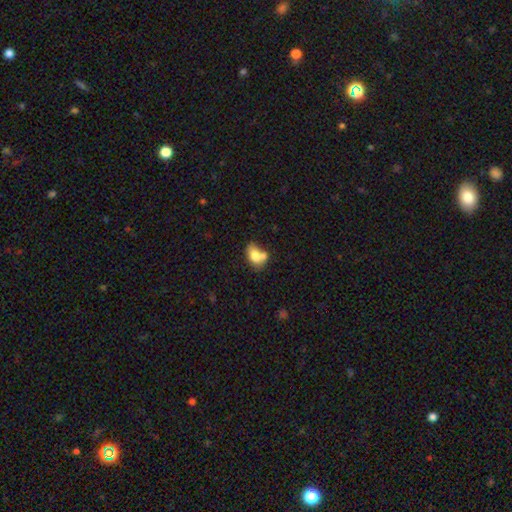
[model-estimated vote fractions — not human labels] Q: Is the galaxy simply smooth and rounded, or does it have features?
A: smooth — 73%.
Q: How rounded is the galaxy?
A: in between — 78%.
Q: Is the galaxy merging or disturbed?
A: merger — 49%.